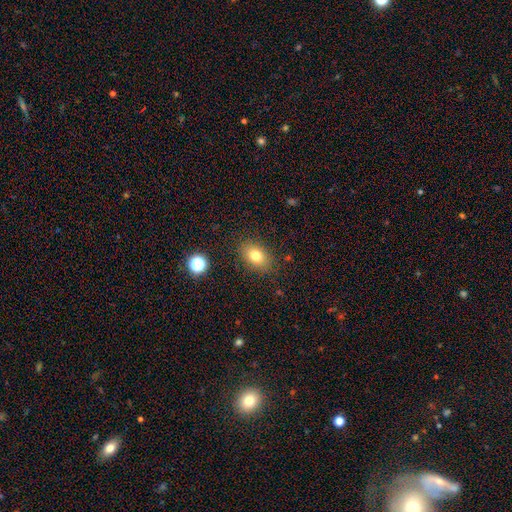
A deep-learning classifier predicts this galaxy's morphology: Smooth or featured?
  - smooth: 79% *
  - star or artifact: 11%
  - featured or disk: 10%
How rounded?
  - in between: 79% *
  - round: 20%
  - cigar-shaped: 1%
Merging?
  - none: 85% *
  - minor disturbance: 10%
  - major disturbance: 3%
  - merger: 2%